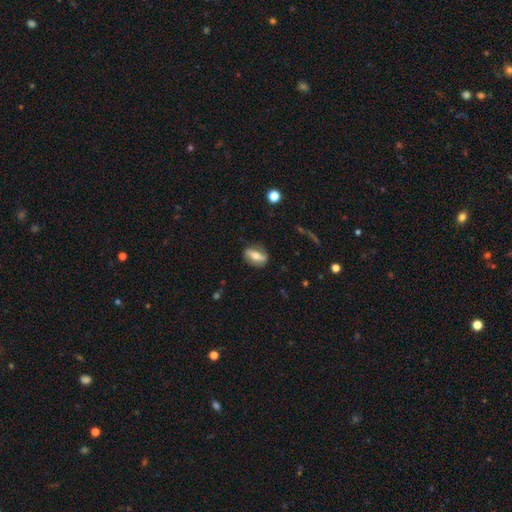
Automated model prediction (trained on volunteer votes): smooth_or_featured: featured or disk (p=0.48) [alt: smooth p=0.45]
merging: none (p=0.77) [alt: minor disturbance p=0.17]